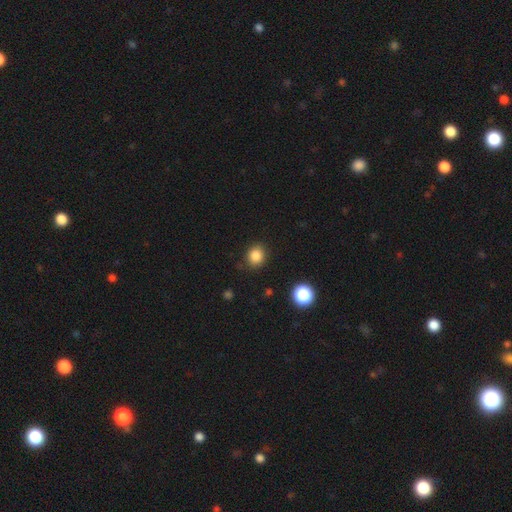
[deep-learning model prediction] This is clearly a smooth galaxy (85%). How rounded: likely round (77%). Merging: clearly none (87%).